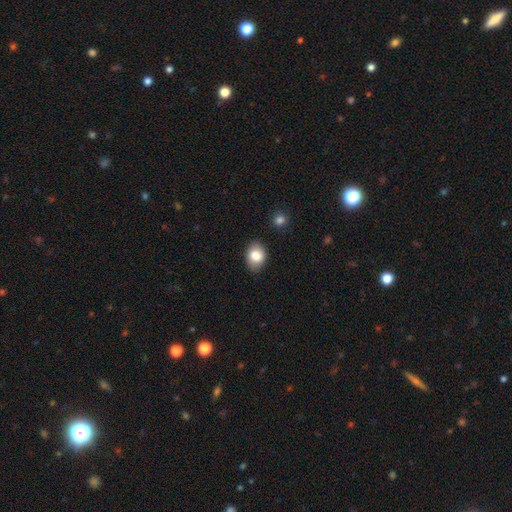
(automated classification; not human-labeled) Overall: smooth (85%). How rounded: in between (66%; round 33%). Merging: none (81%).